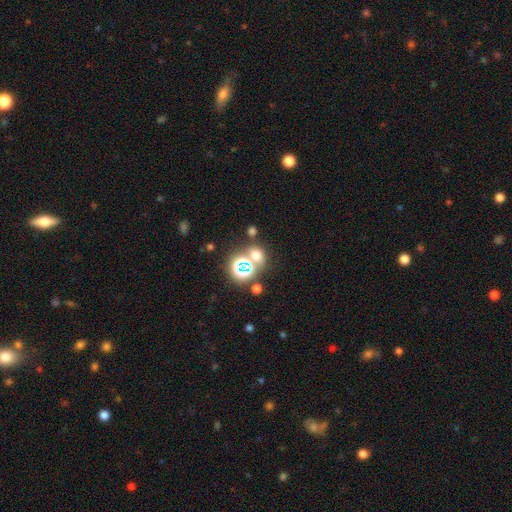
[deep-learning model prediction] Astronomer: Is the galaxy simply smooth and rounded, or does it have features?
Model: smooth — 54% (runner-up: star or artifact, 36%).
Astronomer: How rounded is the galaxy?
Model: round — 71%.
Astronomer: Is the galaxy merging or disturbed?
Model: none — 60%.